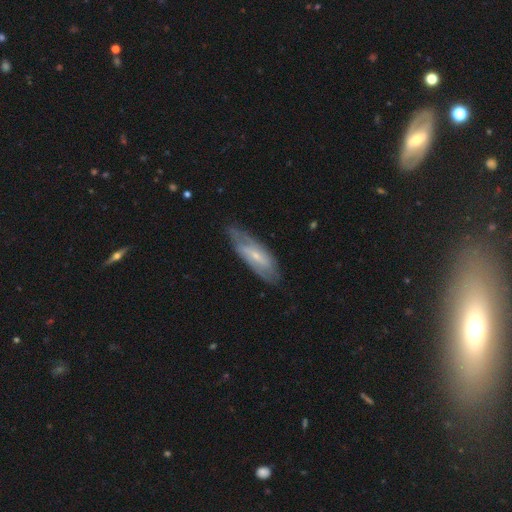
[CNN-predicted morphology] Smooth or featured? Predicted: featured or disk (p=0.69). Edge-on disk? Predicted: no (p=0.80). Bar? Predicted: weak (p=0.46). Spiral arms? Predicted: yes (p=0.80). Bulge size? Predicted: small (p=0.70). Merging? Predicted: none (p=0.70).